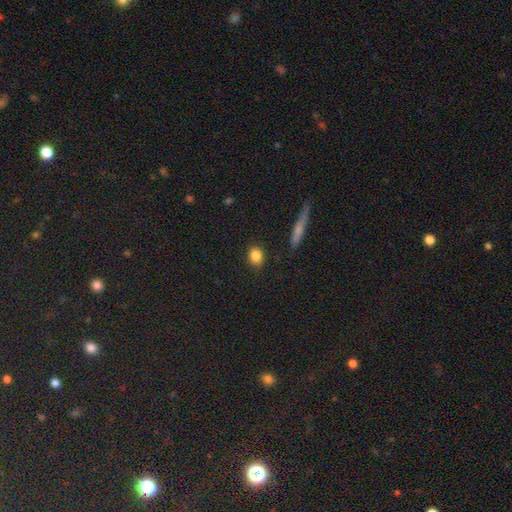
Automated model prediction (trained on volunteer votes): Morphology: type=smooth (84%); roundness=round (60%); merging=none (88%).